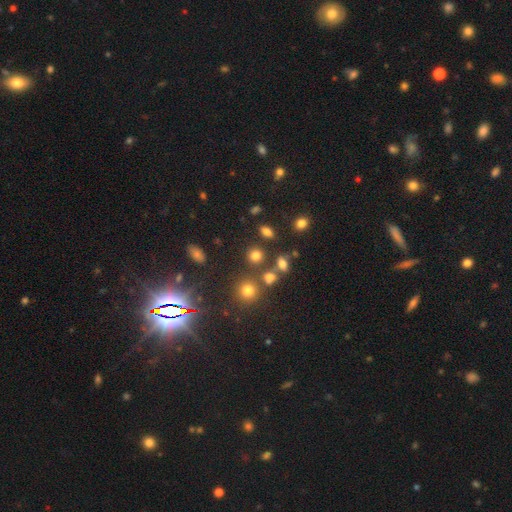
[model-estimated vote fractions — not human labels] This is likely a smooth galaxy (72%). How rounded: likely round (70%). Merging: likely none (74%).